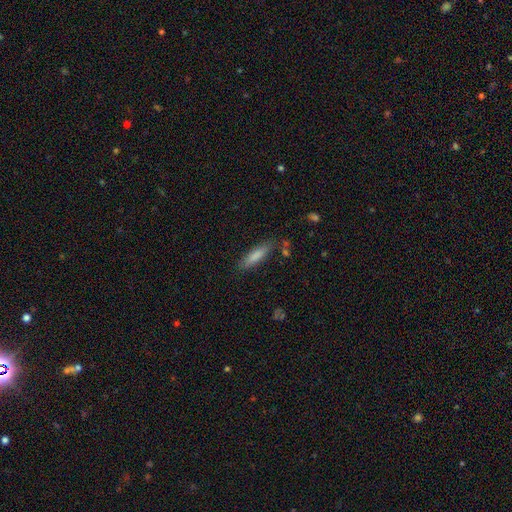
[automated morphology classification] smooth_or_featured: smooth (p=0.80) [alt: featured or disk p=0.13]
how_rounded: cigar-shaped (p=0.72) [alt: in between p=0.26]
merging: none (p=0.82) [alt: minor disturbance p=0.13]